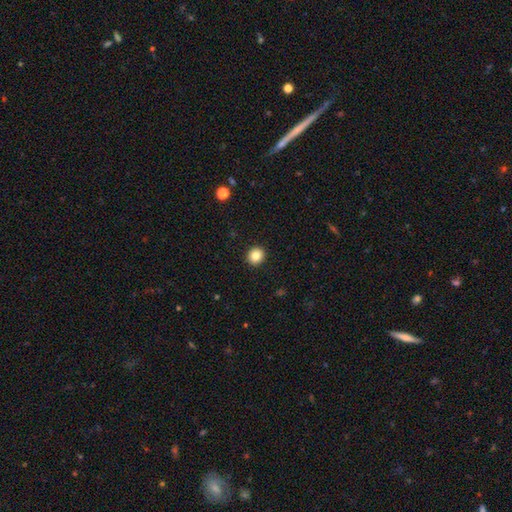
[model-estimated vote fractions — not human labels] Smooth or featured: smooth — 83% (star or artifact — 10%)
How rounded: round — 88% (in between — 11%)
Merging: none — 93% (minor disturbance — 5%)